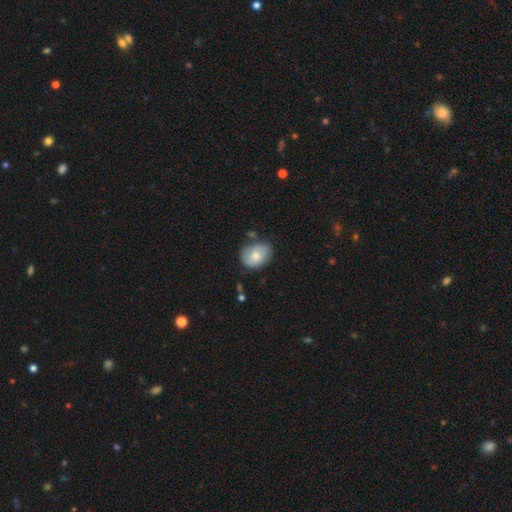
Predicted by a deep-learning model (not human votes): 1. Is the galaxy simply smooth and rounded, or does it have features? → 64% smooth, 29% featured or disk, 7% star or artifact.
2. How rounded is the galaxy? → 60% in between, 39% round, 1% cigar-shaped.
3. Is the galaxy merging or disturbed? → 69% none, 22% minor disturbance, 5% major disturbance, 4% merger.